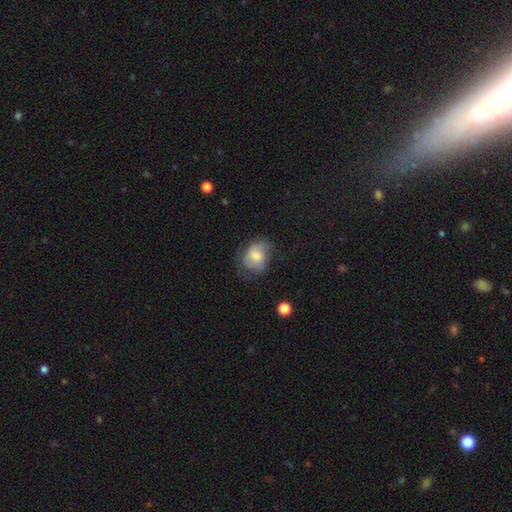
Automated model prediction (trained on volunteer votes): This is likely a smooth galaxy (61%). How rounded: likely in between (61%). Merging: possibly none (47%).